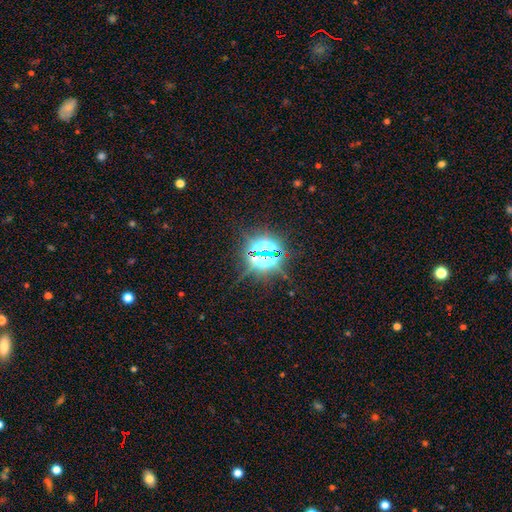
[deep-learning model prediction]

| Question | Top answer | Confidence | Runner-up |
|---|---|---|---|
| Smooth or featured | star or artifact | 79% | smooth (11%) |